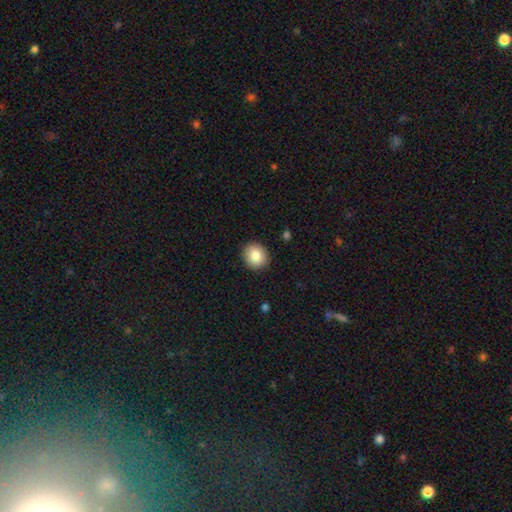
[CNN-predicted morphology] type=smooth (84%); roundness=round (76%); merging=none (90%).